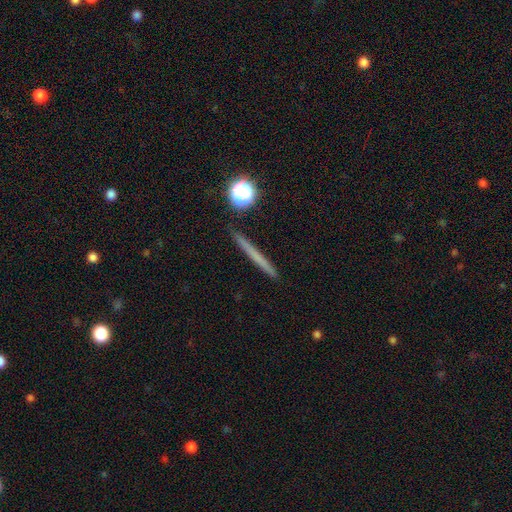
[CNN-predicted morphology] The model was most divided on "smooth or featured": smooth: 55%, featured or disk: 36%, star or artifact: 9%. More confident: how rounded — cigar-shaped (95%); merging — none (91%).